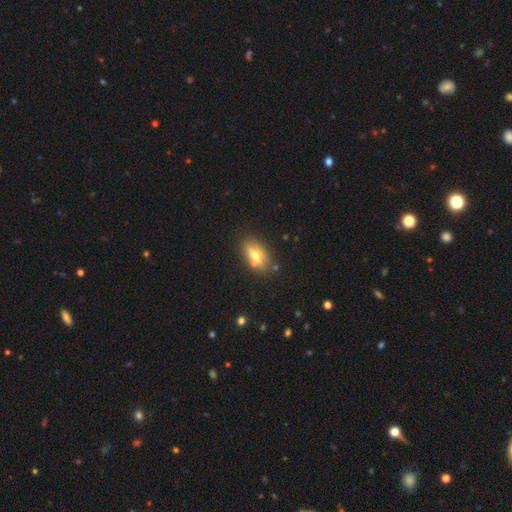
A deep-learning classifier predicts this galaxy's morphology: smooth-or-featured: smooth: 53% | featured or disk: 36% | star or artifact: 10%
  how-rounded: in between: 77% | cigar-shaped: 15% | round: 8%
  merging: none: 77% | minor disturbance: 13% | merger: 6% | major disturbance: 4%